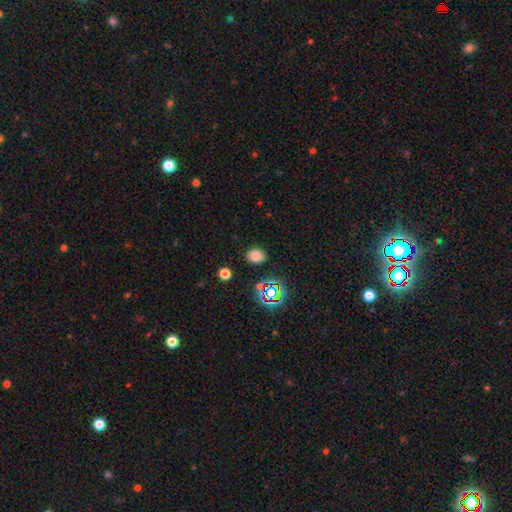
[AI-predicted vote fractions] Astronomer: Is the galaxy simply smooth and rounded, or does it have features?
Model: smooth — 75%.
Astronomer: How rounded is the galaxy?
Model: in between — 50% (runner-up: round, 49%).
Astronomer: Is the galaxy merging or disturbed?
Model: none — 84%.